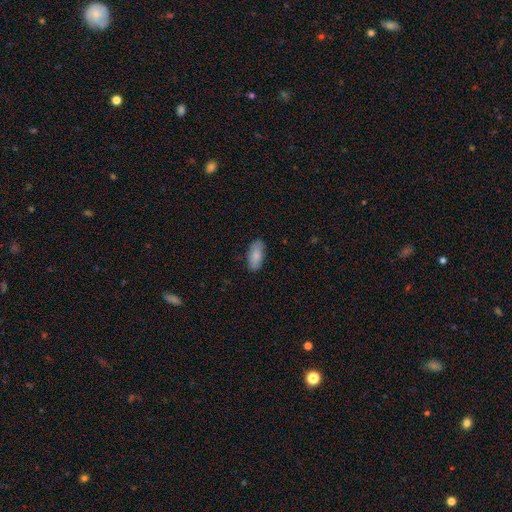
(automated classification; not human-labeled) Overall: smooth (84%). How rounded: in between (91%). Merging: none (84%).